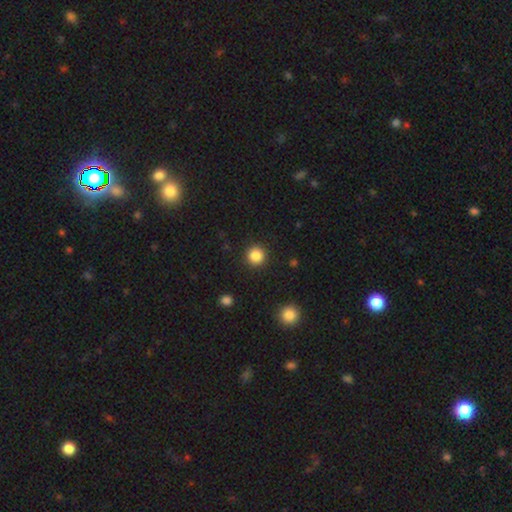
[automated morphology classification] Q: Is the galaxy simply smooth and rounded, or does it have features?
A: smooth — 86%.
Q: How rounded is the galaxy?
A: round — 95%.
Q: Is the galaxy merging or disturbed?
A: none — 92%.